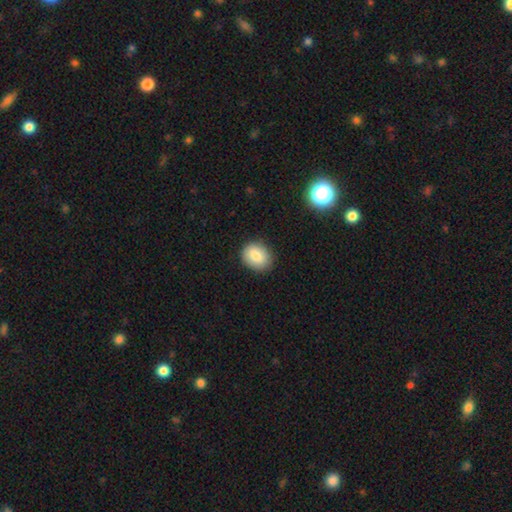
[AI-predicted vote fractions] Smooth or featured: smooth — 83% (featured or disk — 9%)
How rounded: in between — 50% (round — 49%)
Merging: none — 86% (minor disturbance — 11%)